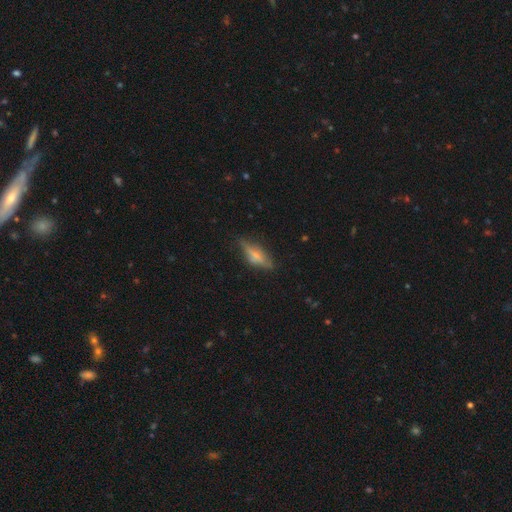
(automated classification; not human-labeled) A featured or disk galaxy (50%).

Vote fractions:
- Smooth or featured? featured or disk: 50% / smooth: 41% / star or artifact: 9%
- Merging? none: 71% / minor disturbance: 21% / major disturbance: 6% / merger: 2%